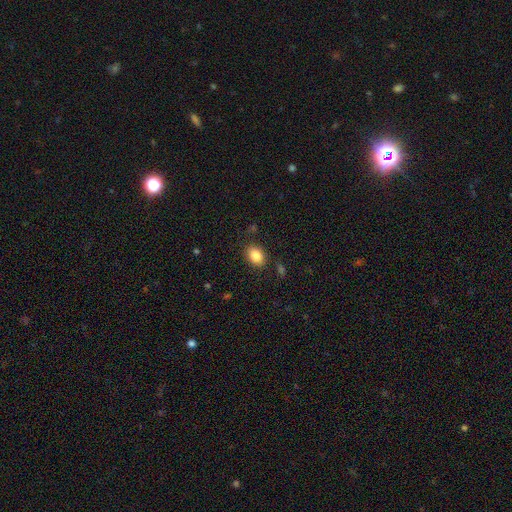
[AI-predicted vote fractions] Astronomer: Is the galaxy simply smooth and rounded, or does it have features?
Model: smooth — 85%.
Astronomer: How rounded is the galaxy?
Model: in between — 74%.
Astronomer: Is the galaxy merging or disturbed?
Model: none — 85%.